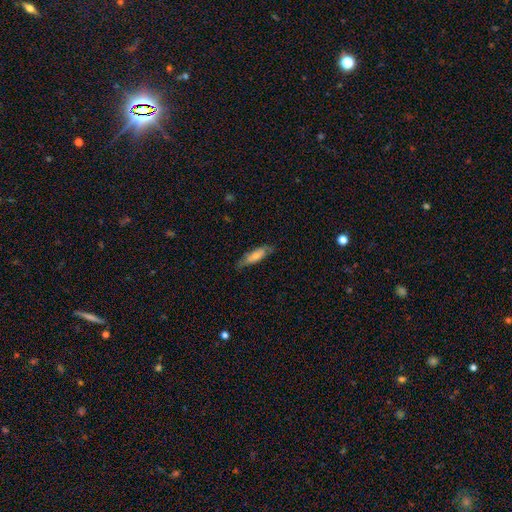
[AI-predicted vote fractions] smooth 61%, featured or disk 33%, star or artifact 6%. Down the decision tree: how rounded — cigar-shaped (51%); merging — none (70%).